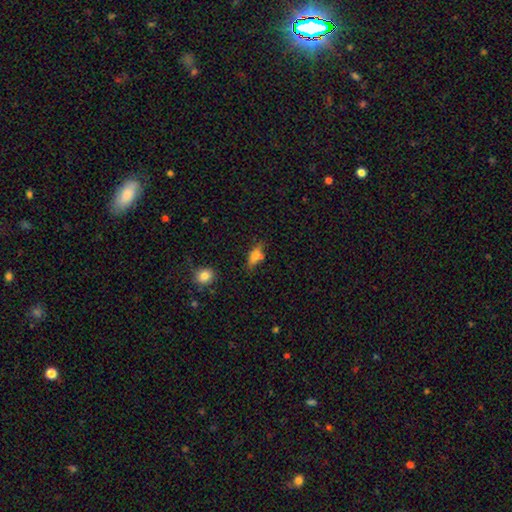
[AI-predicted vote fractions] smooth 69%, featured or disk 20%, star or artifact 12%. Down the decision tree: how rounded — in between (58%); merging — none (58%).